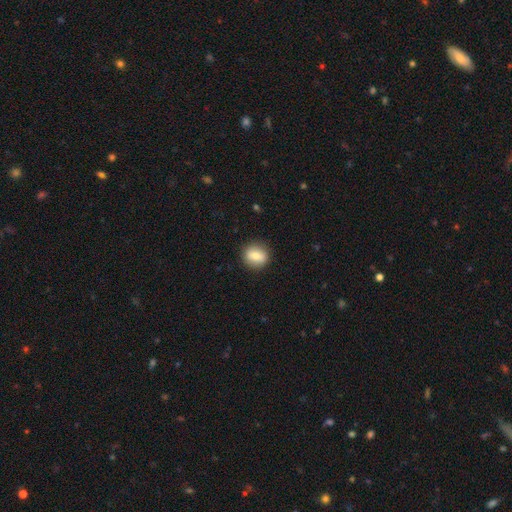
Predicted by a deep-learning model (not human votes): smooth 75%, featured or disk 17%, star or artifact 8%. Down the decision tree: how rounded — round (78%); merging — none (89%).